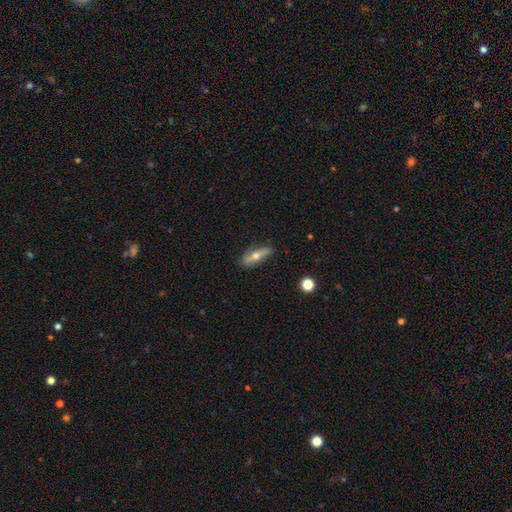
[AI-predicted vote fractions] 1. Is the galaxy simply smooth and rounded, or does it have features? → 47% smooth, 46% featured or disk, 7% star or artifact.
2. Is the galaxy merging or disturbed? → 81% none, 14% minor disturbance, 3% major disturbance, 1% merger.